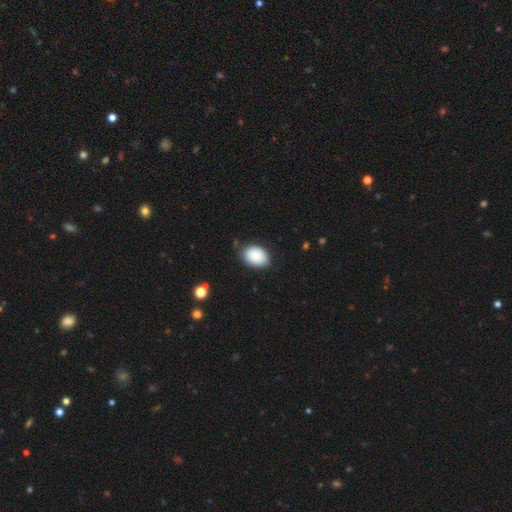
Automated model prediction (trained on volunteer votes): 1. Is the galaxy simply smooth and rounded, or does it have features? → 88% smooth, 7% star or artifact, 5% featured or disk.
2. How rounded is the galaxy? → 76% in between, 23% round, 1% cigar-shaped.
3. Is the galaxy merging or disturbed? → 82% none, 14% minor disturbance, 3% major disturbance, 1% merger.